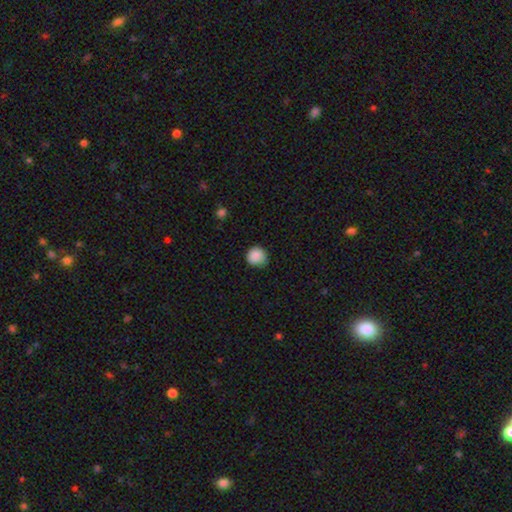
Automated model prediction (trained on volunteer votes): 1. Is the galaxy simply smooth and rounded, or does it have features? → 88% smooth, 9% star or artifact, 3% featured or disk.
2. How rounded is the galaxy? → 91% round, 8% in between, 1% cigar-shaped.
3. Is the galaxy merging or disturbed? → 77% none, 19% minor disturbance, 3% major disturbance, 1% merger.